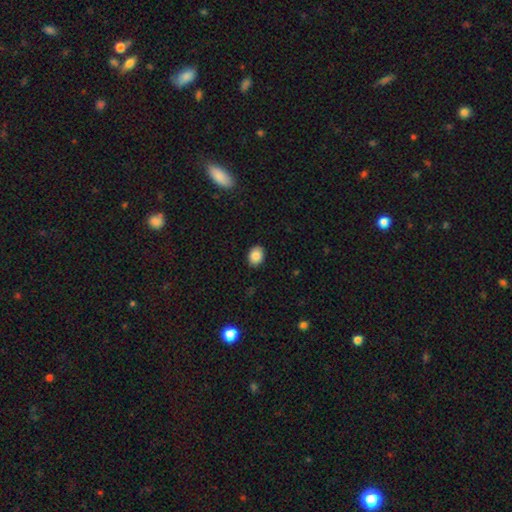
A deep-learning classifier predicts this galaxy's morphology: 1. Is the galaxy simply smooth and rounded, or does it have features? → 88% smooth, 8% star or artifact, 4% featured or disk.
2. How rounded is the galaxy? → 56% in between, 43% round, 1% cigar-shaped.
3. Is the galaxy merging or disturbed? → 88% none, 9% minor disturbance, 2% major disturbance, 1% merger.